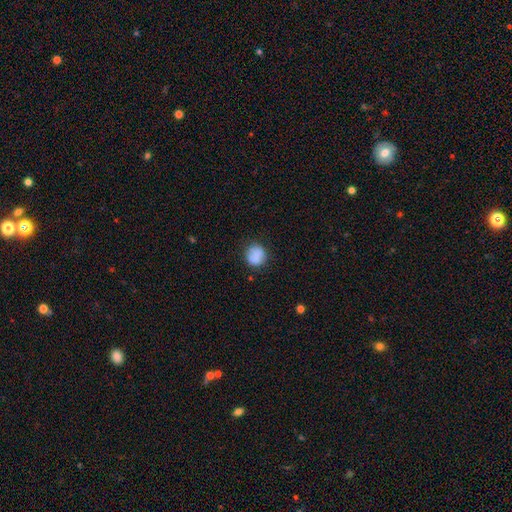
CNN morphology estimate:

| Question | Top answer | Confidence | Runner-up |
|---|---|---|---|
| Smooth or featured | smooth | 81% | featured or disk (11%) |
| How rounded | round | 83% | in between (16%) |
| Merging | none | 78% | minor disturbance (15%) |